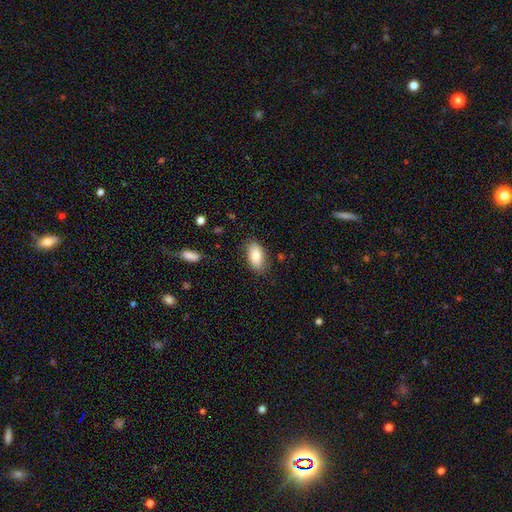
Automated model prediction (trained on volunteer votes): Q: Smooth or featured?
A: smooth (82%); runner-up: featured or disk (11%)
Q: How rounded?
A: in between (92%); runner-up: cigar-shaped (4%)
Q: Merging?
A: none (82%); runner-up: minor disturbance (13%)